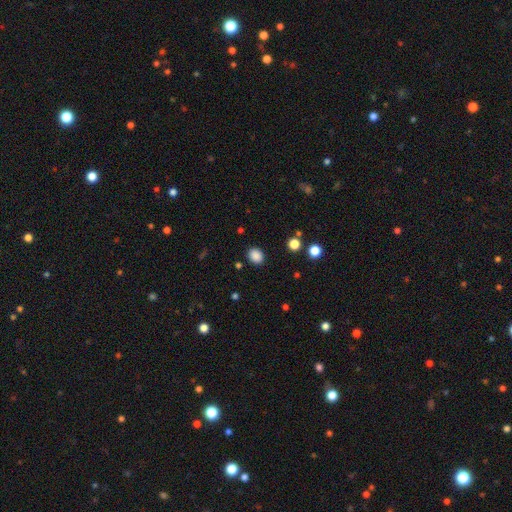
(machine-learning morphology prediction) Overall: smooth (86%). How rounded: round (55%; in between 44%). Merging: none (88%).